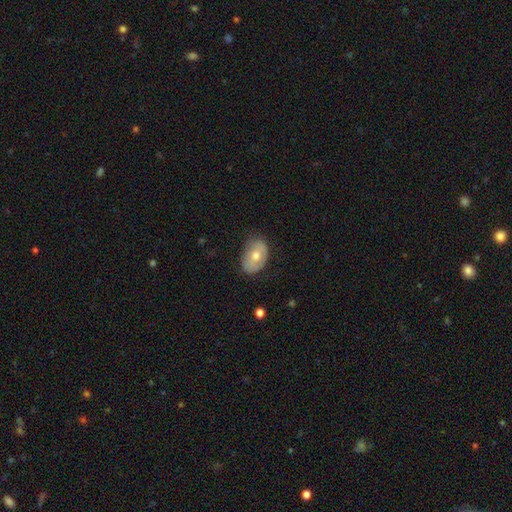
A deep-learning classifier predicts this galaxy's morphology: smooth 55%, featured or disk 37%, star or artifact 8%. Down the decision tree: how rounded — in between (85%); merging — none (73%).